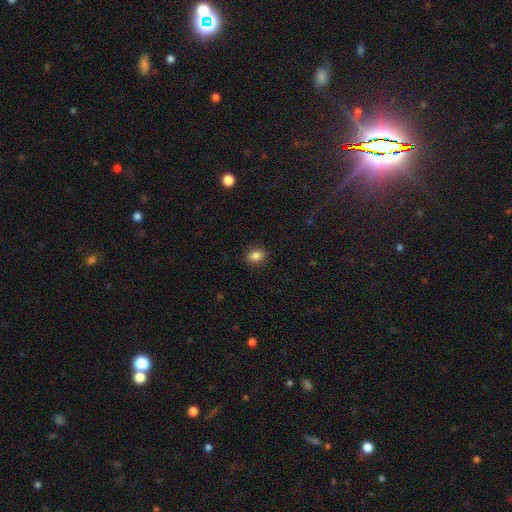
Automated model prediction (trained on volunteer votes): smooth_or_featured: smooth (p=0.85) [alt: star or artifact p=0.10]
how_rounded: in between (p=0.64) [alt: round p=0.34]
merging: none (p=0.88) [alt: minor disturbance p=0.09]